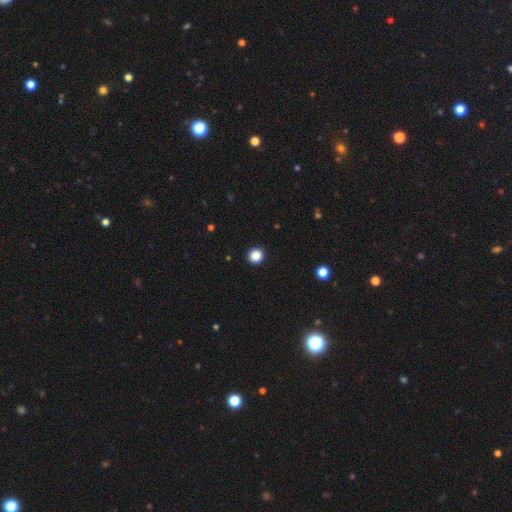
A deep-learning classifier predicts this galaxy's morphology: Smooth or featured?
  - smooth: 86% *
  - star or artifact: 11%
  - featured or disk: 3%
How rounded?
  - round: 93% *
  - in between: 6%
  - cigar-shaped: 1%
Merging?
  - none: 93% *
  - minor disturbance: 4%
  - major disturbance: 1%
  - merger: 1%